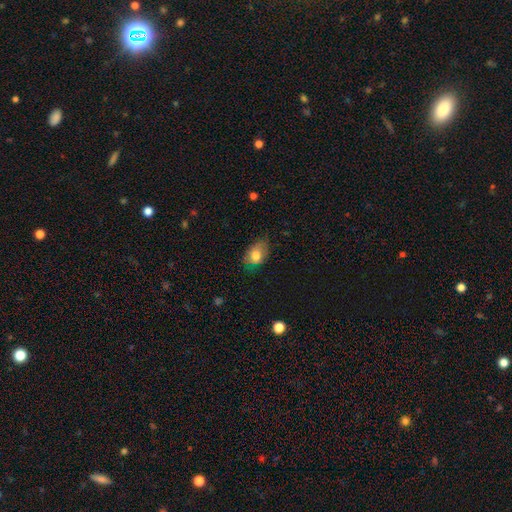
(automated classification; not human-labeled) Smooth or featured?
  - smooth: 75% *
  - featured or disk: 17%
  - star or artifact: 8%
How rounded?
  - in between: 80% *
  - round: 18%
  - cigar-shaped: 2%
Merging?
  - none: 58% *
  - minor disturbance: 30%
  - major disturbance: 10%
  - merger: 1%